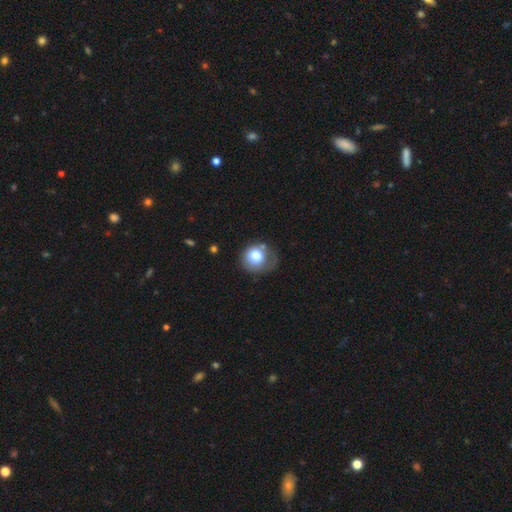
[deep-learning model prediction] A smooth galaxy with no disk features (76%) that is round (83%). Merging: none (50%).